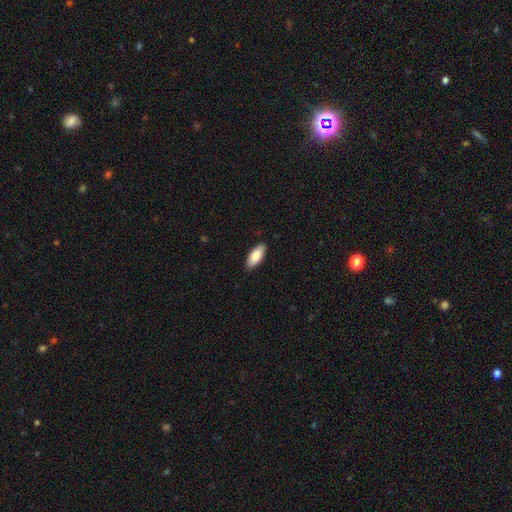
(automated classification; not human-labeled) This appears to be a smooth galaxy with no disk features (85%) that is in between round and cigar-shaped (84%). Merging: none (88%).